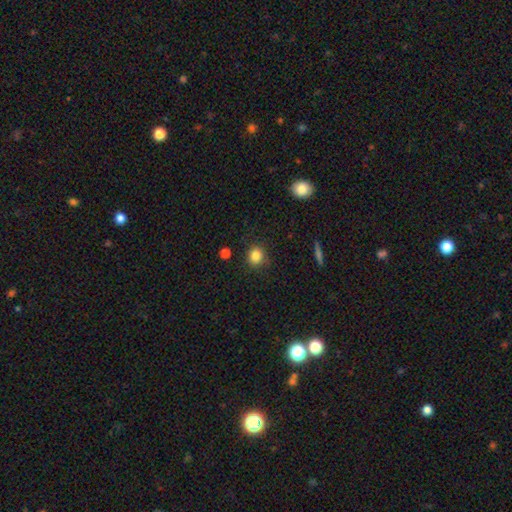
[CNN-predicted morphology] type=smooth (84%); roundness=round (85%); merging=none (85%).